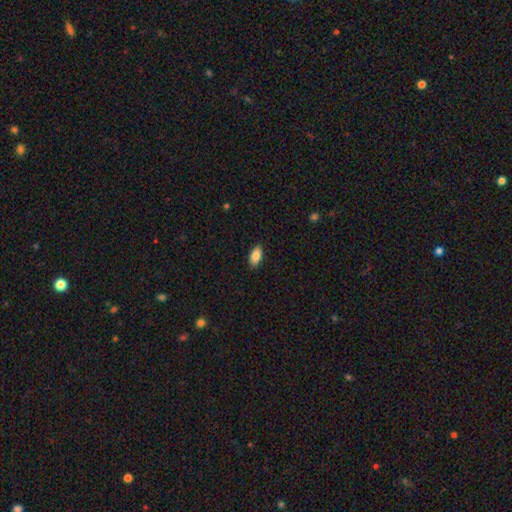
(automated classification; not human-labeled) smooth-or-featured: smooth: 85% | featured or disk: 8% | star or artifact: 7%
  how-rounded: in between: 92% | cigar-shaped: 4% | round: 4%
  merging: none: 89% | minor disturbance: 9% | major disturbance: 2% | merger: 1%